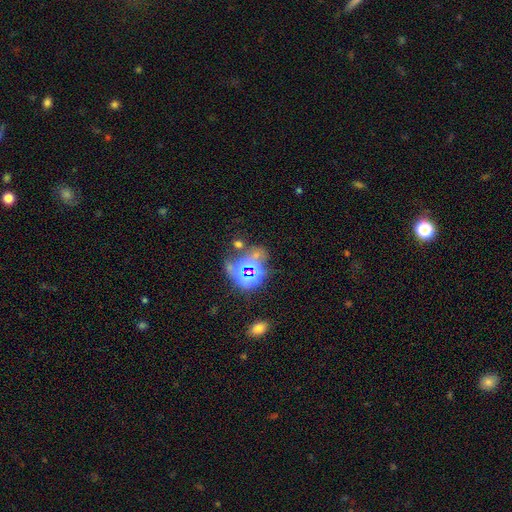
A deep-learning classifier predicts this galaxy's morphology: This appears to be a star or artifact, not a galaxy (67%).